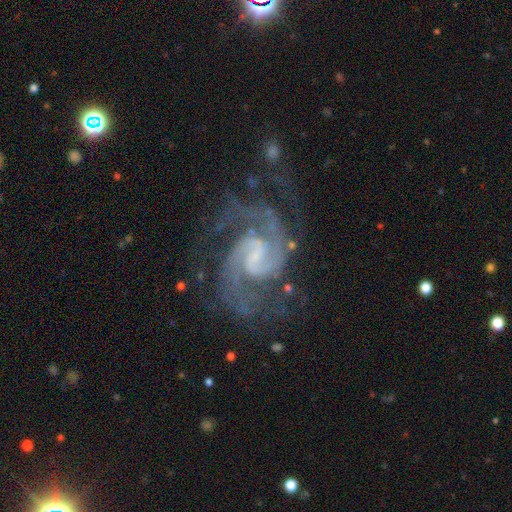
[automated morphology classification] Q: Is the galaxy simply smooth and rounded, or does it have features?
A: featured or disk — 93%.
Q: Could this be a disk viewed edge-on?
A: no — 98%.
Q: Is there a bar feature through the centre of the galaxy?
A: weak — 60%.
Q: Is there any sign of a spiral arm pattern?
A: yes — 99%.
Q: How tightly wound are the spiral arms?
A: medium — 58%.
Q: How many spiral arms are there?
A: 2 — 80%.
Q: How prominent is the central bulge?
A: small — 48%.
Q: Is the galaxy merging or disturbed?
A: none — 66%.